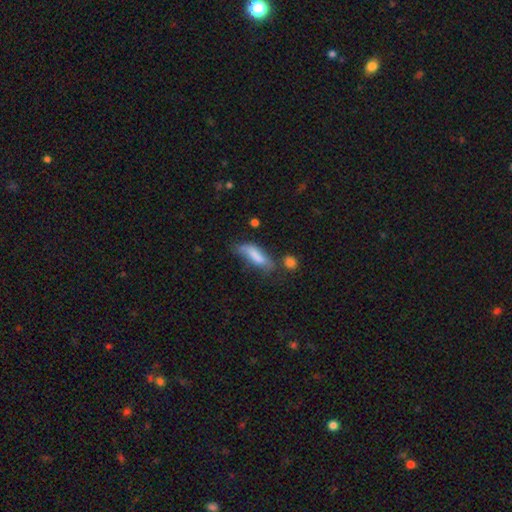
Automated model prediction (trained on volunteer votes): smooth 71%, featured or disk 21%, star or artifact 8%. Down the decision tree: how rounded — cigar-shaped (51%); merging — none (37%).